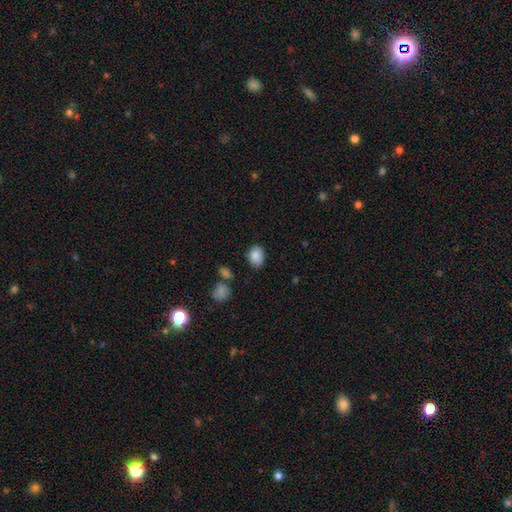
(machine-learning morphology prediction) Smooth or featured?
  - smooth: 86% *
  - star or artifact: 8%
  - featured or disk: 6%
How rounded?
  - in between: 78% *
  - round: 21%
  - cigar-shaped: 1%
Merging?
  - none: 77% *
  - minor disturbance: 16%
  - major disturbance: 4%
  - merger: 3%